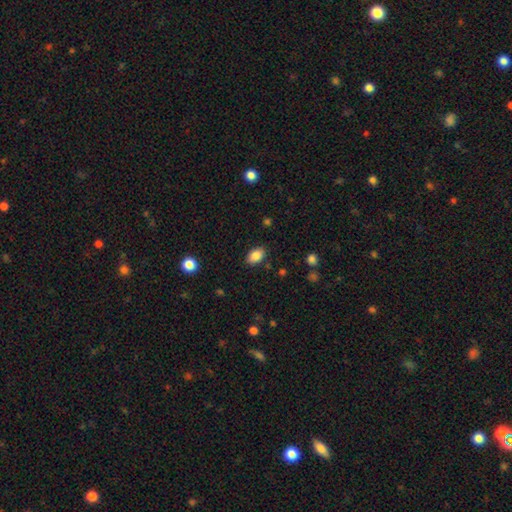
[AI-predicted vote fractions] Q: Smooth or featured?
A: smooth (86%); runner-up: star or artifact (8%)
Q: How rounded?
A: in between (88%); runner-up: round (11%)
Q: Merging?
A: none (86%); runner-up: minor disturbance (10%)